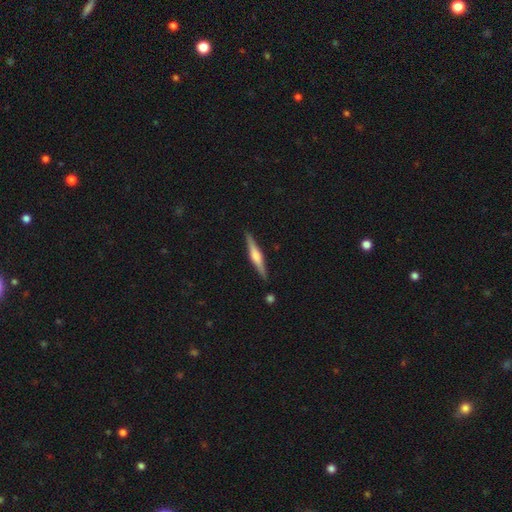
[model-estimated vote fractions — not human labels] smooth_or_featured: featured or disk (p=0.70) [alt: smooth p=0.24]
disk_edge_on: yes (p=0.98) [alt: no p=0.02]
edge_on_bulge: rounded (p=0.78) [alt: boxy p=0.16]
merging: none (p=0.90) [alt: minor disturbance p=0.07]